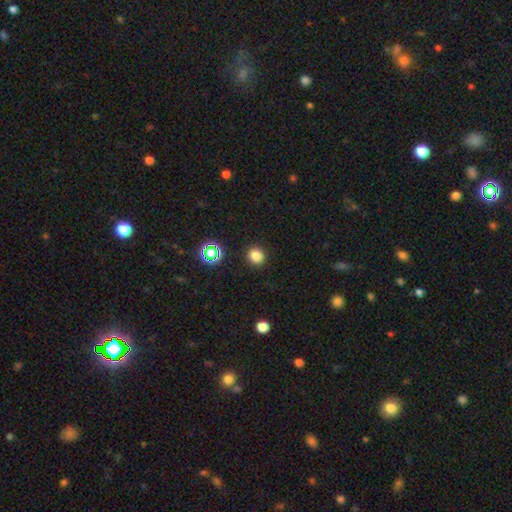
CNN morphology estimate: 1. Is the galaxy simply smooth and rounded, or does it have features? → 81% smooth, 14% star or artifact, 5% featured or disk.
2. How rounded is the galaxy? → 82% round, 17% in between, 1% cigar-shaped.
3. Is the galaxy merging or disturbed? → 90% none, 6% minor disturbance, 2% major disturbance, 1% merger.